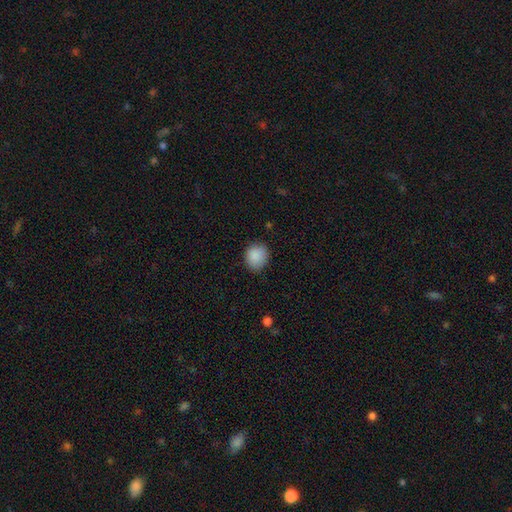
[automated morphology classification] Smooth or featured? Predicted: smooth (p=0.88). How rounded? Predicted: round (p=0.72). Merging? Predicted: none (p=0.82).